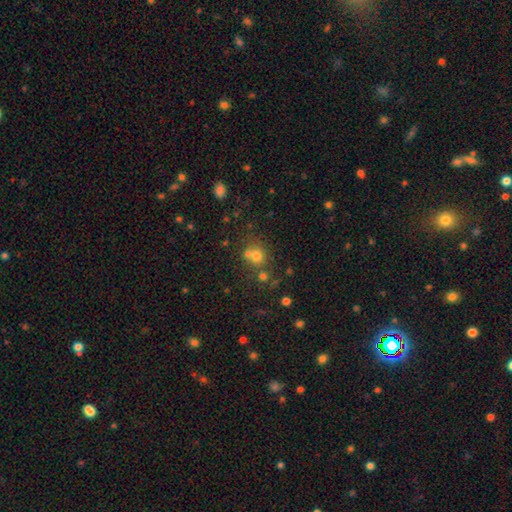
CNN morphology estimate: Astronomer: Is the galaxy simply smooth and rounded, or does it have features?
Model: smooth — 67%.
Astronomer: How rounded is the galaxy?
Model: round — 83%.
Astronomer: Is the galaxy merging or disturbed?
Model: none — 54% (runner-up: merger, 33%).